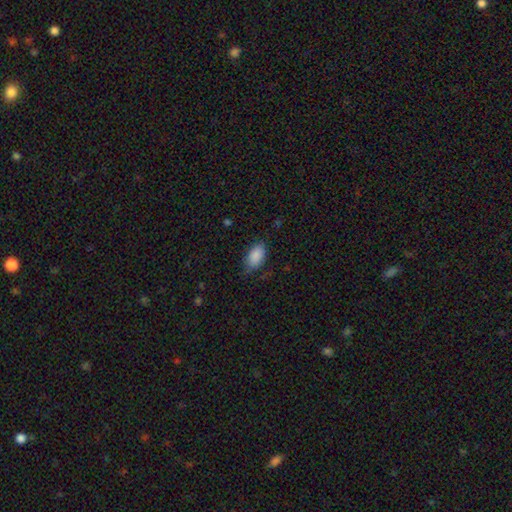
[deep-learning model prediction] Smooth or featured? Predicted: smooth (p=0.88). How rounded? Predicted: in between (p=0.93). Merging? Predicted: none (p=0.73).